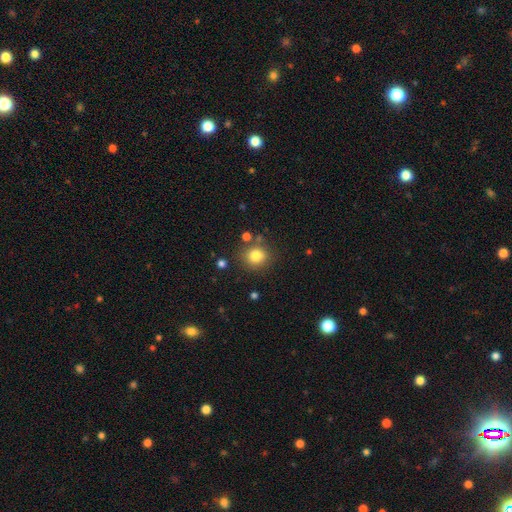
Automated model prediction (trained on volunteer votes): Smooth or featured: smooth — 80% (star or artifact — 12%)
How rounded: round — 85% (in between — 14%)
Merging: none — 81% (minor disturbance — 10%)